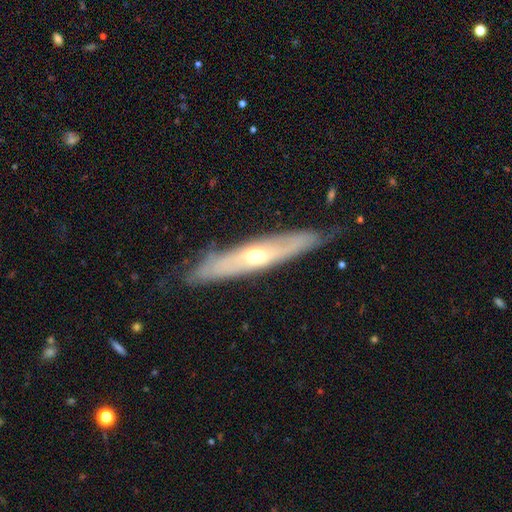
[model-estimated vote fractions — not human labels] Smooth or featured? featured or disk (64%)
Edge-on disk? yes (59%)
Merging? none (79%)